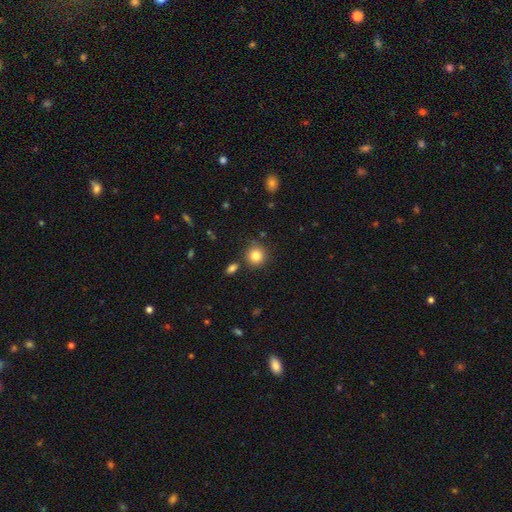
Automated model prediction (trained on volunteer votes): Smooth or featured: smooth — 83% (star or artifact — 11%)
How rounded: round — 91% (in between — 8%)
Merging: none — 82% (minor disturbance — 9%)